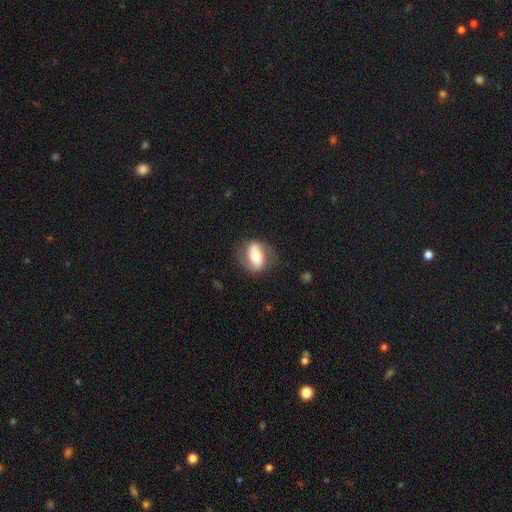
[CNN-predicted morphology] This is possibly a featured or disk galaxy (58%). It is clearly not viewed edge-on (88%). Bar: possibly strong (51%). Spiral arm pattern: likely yes (66%). Central bulge: likely moderate (63%). Merging: likely none (72%).